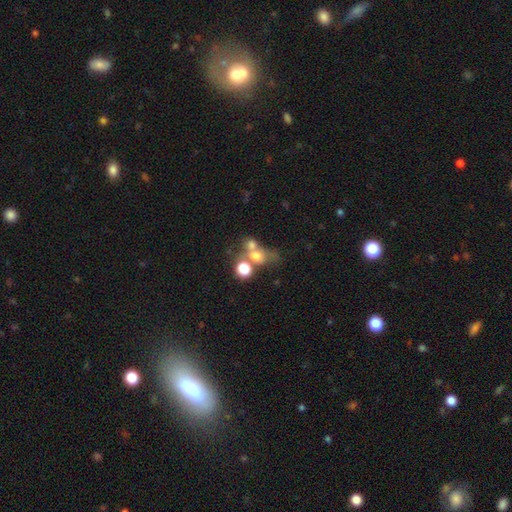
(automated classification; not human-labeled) This appears to be a smooth galaxy with no disk features (60%) that is round (63%). Merging: merger (50%).